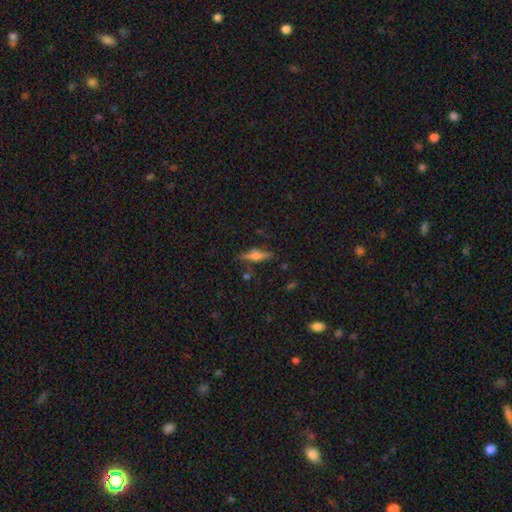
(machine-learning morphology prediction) smooth_or_featured: featured or disk (p=0.48) [alt: smooth p=0.41]
merging: none (p=0.78) [alt: minor disturbance p=0.14]